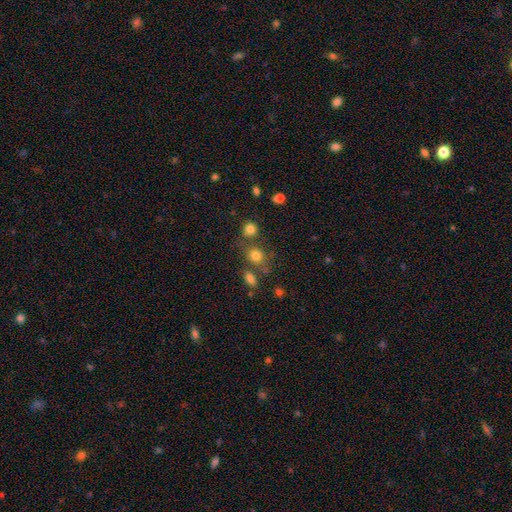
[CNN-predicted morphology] Q: Smooth or featured?
A: smooth (76%); runner-up: star or artifact (15%)
Q: How rounded?
A: round (65%); runner-up: in between (34%)
Q: Merging?
A: none (61%); runner-up: merger (20%)